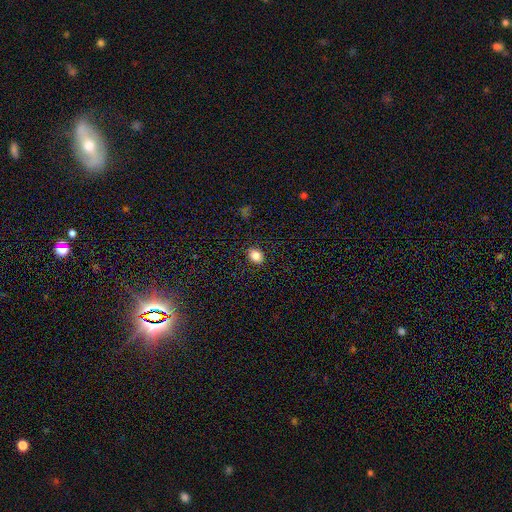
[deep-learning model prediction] Smooth or featured? smooth (83%)
How rounded? in between (58%)
Merging? none (89%)